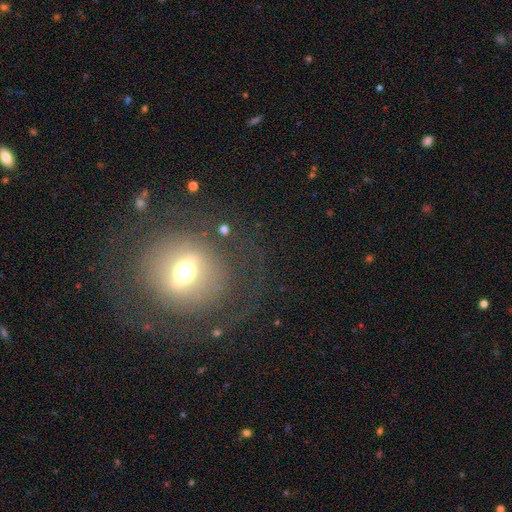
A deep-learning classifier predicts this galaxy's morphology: The model was most divided on "smooth or featured" (2-way tie): smooth: 42%, featured or disk: 42%, star or artifact: 16%. More confident: merging — none (78%).